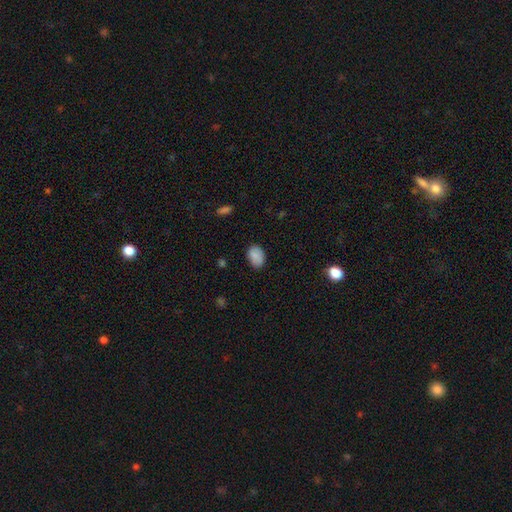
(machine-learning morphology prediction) smooth-or-featured: smooth: 88% | star or artifact: 8% | featured or disk: 4%
  how-rounded: in between: 82% | round: 17% | cigar-shaped: 1%
  merging: none: 80% | minor disturbance: 15% | major disturbance: 3% | merger: 1%